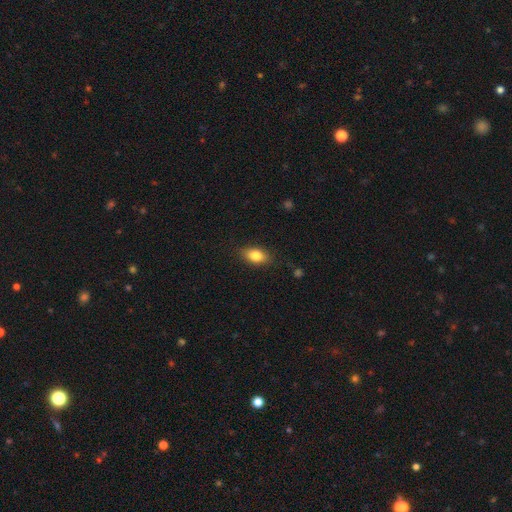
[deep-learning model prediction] A smooth galaxy with no disk features (83%) that is in between round and cigar-shaped (86%). Merging: none (85%).